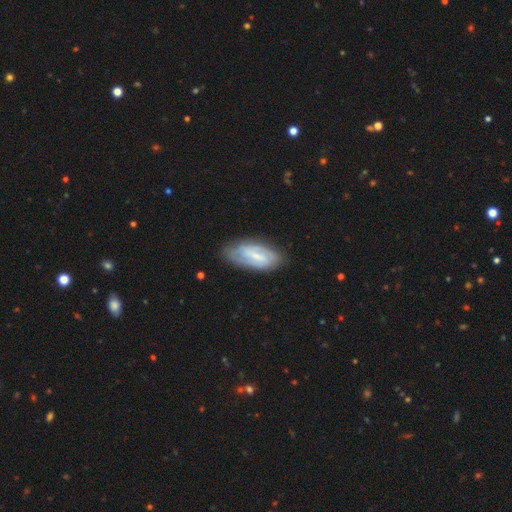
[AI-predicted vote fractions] Smooth or featured?
  - featured or disk: 58% *
  - smooth: 36%
  - star or artifact: 6%
Edge-on disk?
  - no: 92% *
  - yes: 8%
Bar?
  - weak: 49% *
  - strong: 33%
  - no: 18%
Spiral arms?
  - yes: 76% *
  - no: 24%
Bulge size?
  - small: 55% *
  - moderate: 26%
  - none: 15%
  - large: 2%
  - dominant: 1%
Merging?
  - none: 73% *
  - minor disturbance: 20%
  - major disturbance: 5%
  - merger: 2%